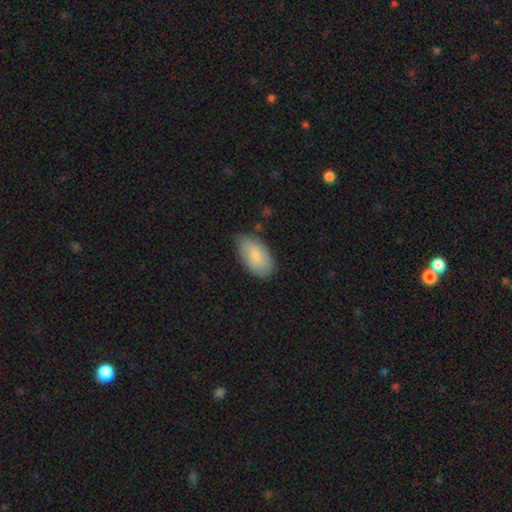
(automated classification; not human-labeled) Smooth or featured? smooth (80%)
How rounded? in between (95%)
Merging? none (71%)